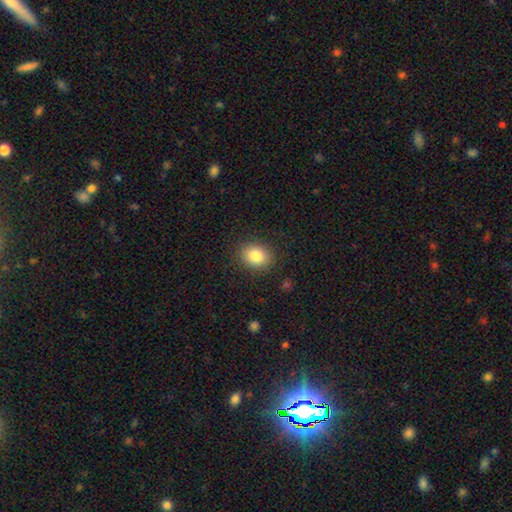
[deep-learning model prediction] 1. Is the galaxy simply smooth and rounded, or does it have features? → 84% smooth, 9% star or artifact, 7% featured or disk.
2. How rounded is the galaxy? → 51% round, 48% in between, 1% cigar-shaped.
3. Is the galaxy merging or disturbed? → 87% none, 9% minor disturbance, 3% major disturbance, 1% merger.